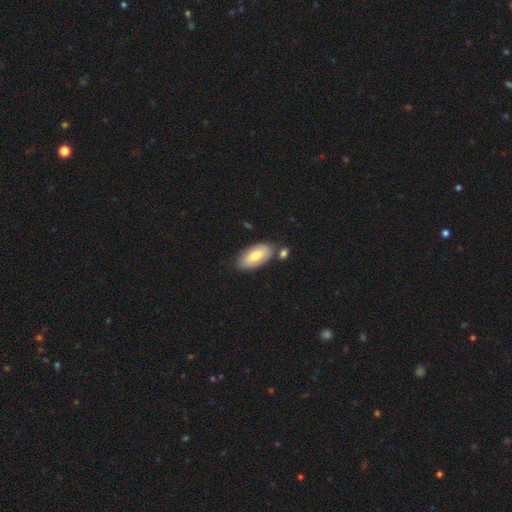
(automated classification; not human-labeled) Overall: smooth (71%). How rounded: in between (93%). Merging: none (72%).